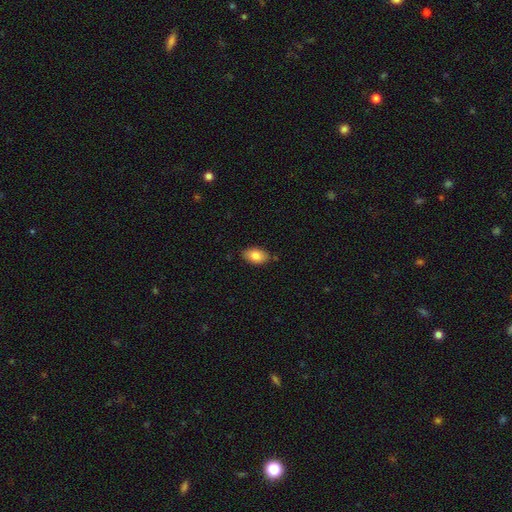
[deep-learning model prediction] smooth 83%, featured or disk 10%, star or artifact 7%. Down the decision tree: how rounded — in between (91%); merging — none (83%).